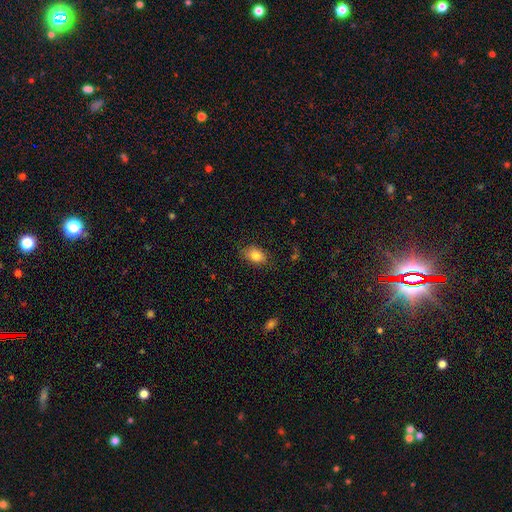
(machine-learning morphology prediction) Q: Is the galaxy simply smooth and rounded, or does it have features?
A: smooth — 84%.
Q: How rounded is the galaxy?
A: in between — 85%.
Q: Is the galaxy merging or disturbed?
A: none — 80%.